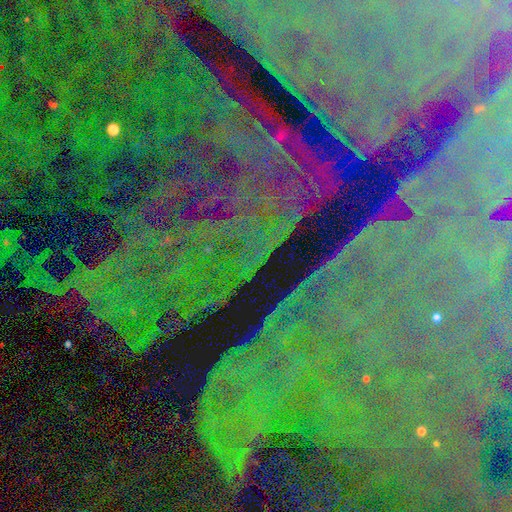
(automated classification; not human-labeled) Smooth or featured: star or artifact — 87% (featured or disk — 7%)